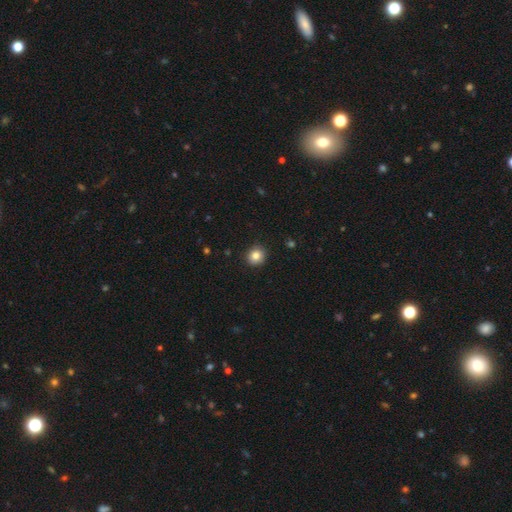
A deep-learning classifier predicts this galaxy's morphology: Smooth or featured? Predicted: smooth (p=0.84). How rounded? Predicted: round (p=0.88). Merging? Predicted: none (p=0.91).